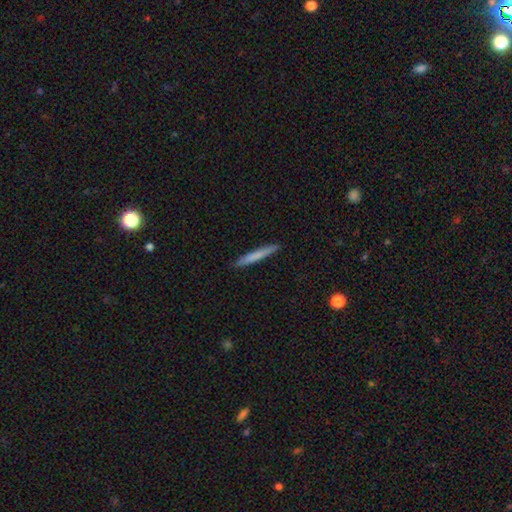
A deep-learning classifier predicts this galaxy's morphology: Smooth or featured?
  - smooth: 71% *
  - featured or disk: 24%
  - star or artifact: 6%
How rounded?
  - cigar-shaped: 96% *
  - in between: 3%
  - round: 1%
Merging?
  - none: 91% *
  - minor disturbance: 6%
  - major disturbance: 1%
  - merger: 1%